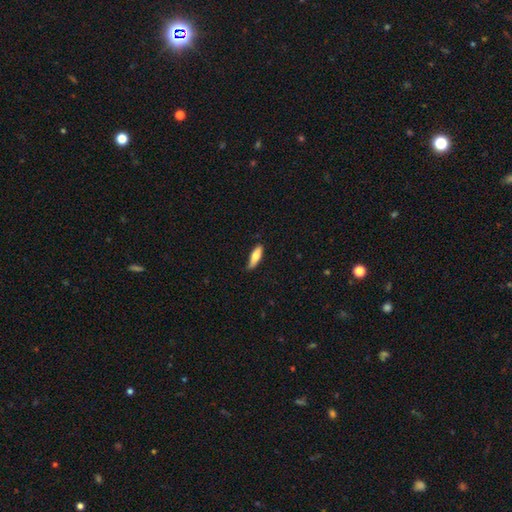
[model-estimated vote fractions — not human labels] Smooth or featured? Predicted: smooth (p=0.72). How rounded? Predicted: cigar-shaped (p=0.53). Merging? Predicted: none (p=0.79).